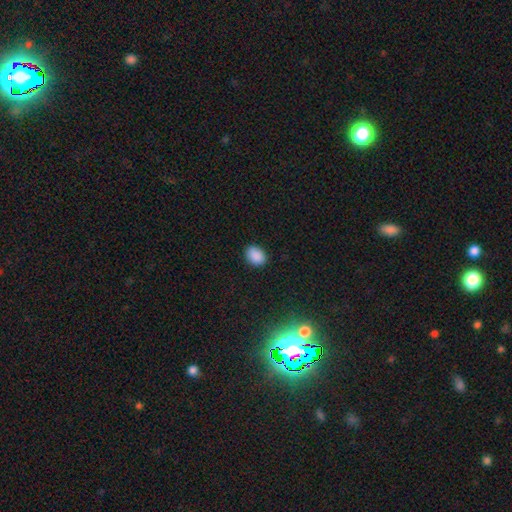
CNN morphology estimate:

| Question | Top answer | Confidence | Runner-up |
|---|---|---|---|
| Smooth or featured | smooth | 88% | star or artifact (9%) |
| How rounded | in between | 74% | round (24%) |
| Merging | none | 87% | minor disturbance (10%) |